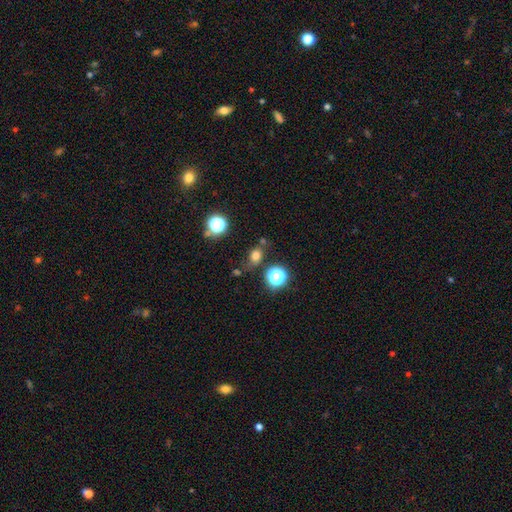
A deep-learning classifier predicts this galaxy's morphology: Smooth or featured? smooth (72%)
How rounded? round (51%)
Merging? none (65%)